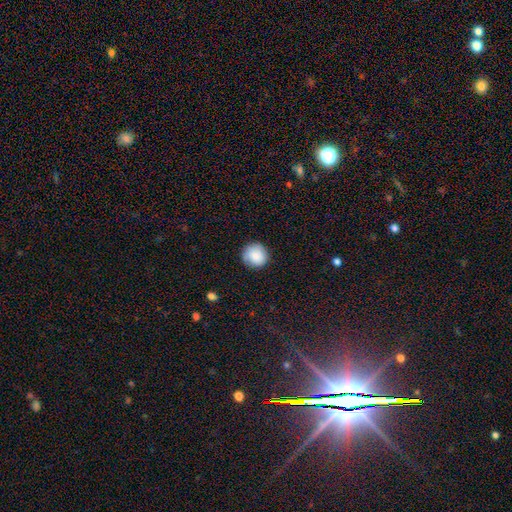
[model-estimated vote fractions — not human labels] Smooth or featured? smooth (84%)
How rounded? round (93%)
Merging? none (85%)